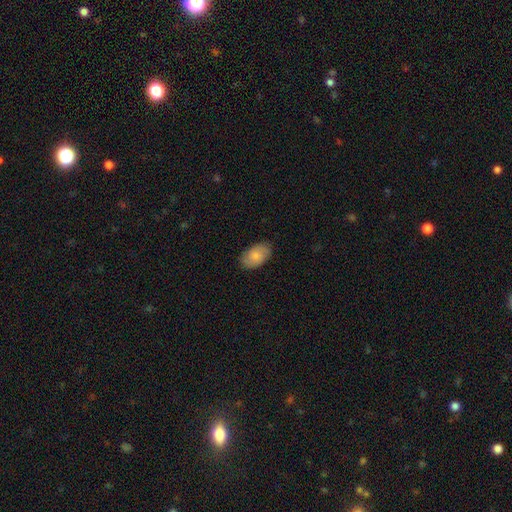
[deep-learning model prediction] smooth 82%, featured or disk 12%, star or artifact 6%. Down the decision tree: how rounded — in between (93%); merging — none (83%).